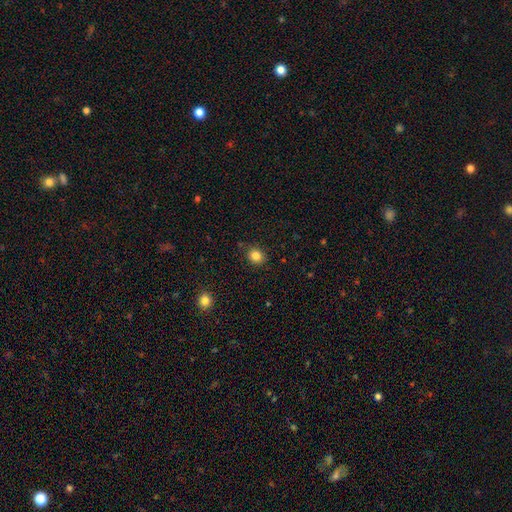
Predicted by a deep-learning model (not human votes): Smooth or featured?
  - smooth: 84% *
  - star or artifact: 11%
  - featured or disk: 5%
How rounded?
  - round: 72% *
  - in between: 27%
  - cigar-shaped: 1%
Merging?
  - none: 85% *
  - minor disturbance: 10%
  - major disturbance: 3%
  - merger: 2%